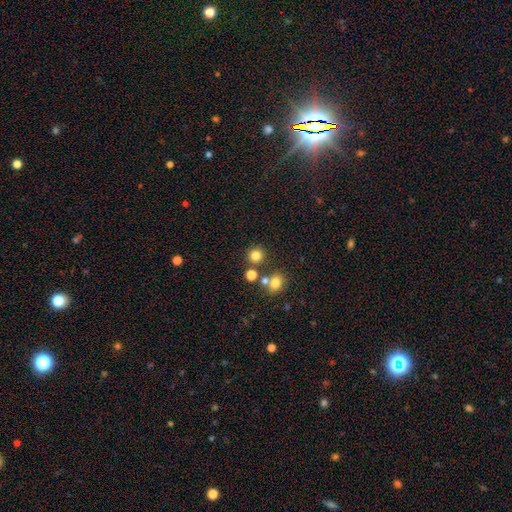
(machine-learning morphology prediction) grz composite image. It shows a smooth galaxy with no disk features (79%) that is round (91%). Merging: none (78%).